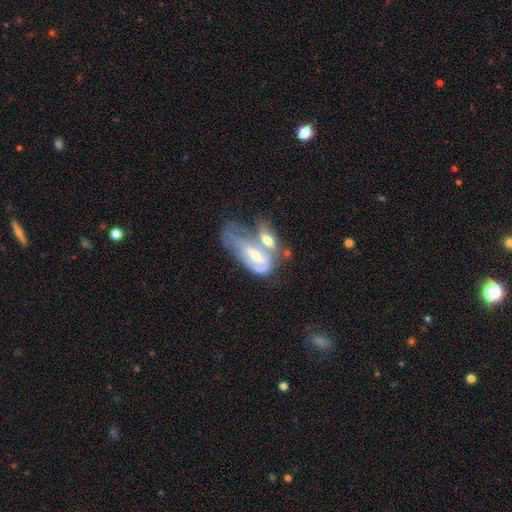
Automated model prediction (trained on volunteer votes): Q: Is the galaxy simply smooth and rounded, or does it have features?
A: featured or disk — 62%.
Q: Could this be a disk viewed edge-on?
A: no — 87%.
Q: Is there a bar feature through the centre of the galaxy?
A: no — 41%.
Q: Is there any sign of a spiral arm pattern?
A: yes — 53%.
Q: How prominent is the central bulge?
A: moderate — 55%.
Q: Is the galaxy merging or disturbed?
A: merger — 61%.